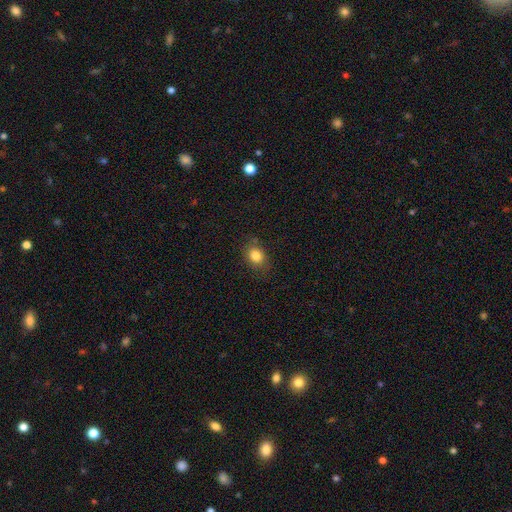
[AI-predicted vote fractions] Q: Smooth or featured?
A: smooth (83%); runner-up: star or artifact (10%)
Q: How rounded?
A: round (50%); runner-up: in between (49%)
Q: Merging?
A: none (77%); runner-up: minor disturbance (16%)